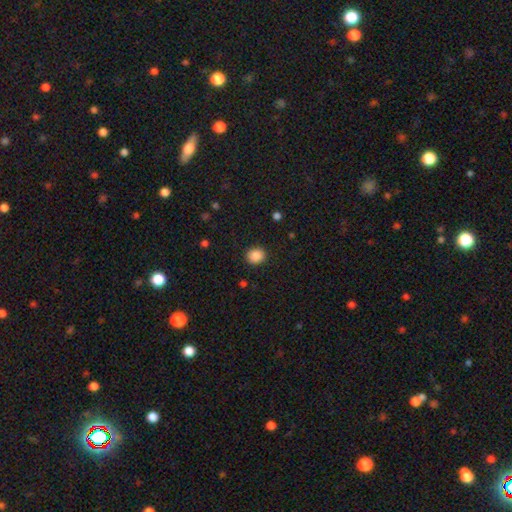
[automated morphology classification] Overall: smooth (88%). How rounded: round (79%). Merging: none (90%).